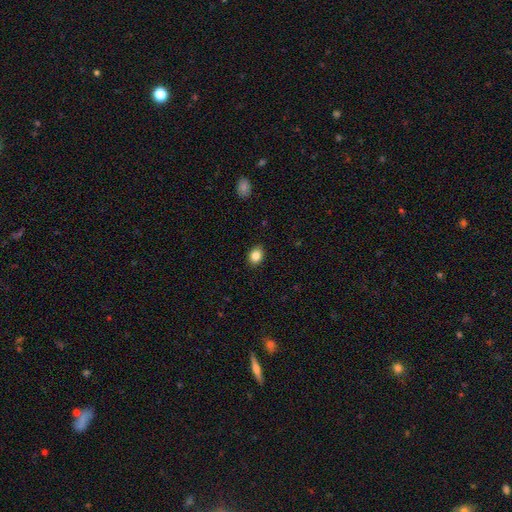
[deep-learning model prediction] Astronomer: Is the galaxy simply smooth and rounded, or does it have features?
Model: smooth — 85%.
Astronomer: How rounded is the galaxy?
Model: in between — 58% (runner-up: round, 41%).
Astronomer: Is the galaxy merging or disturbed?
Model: none — 88%.